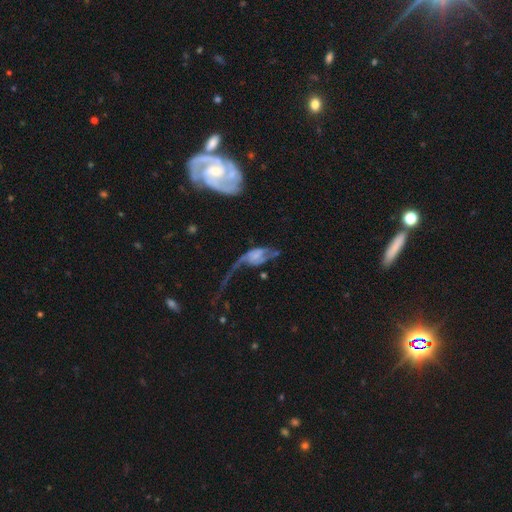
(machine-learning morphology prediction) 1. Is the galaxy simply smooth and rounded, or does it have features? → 73% featured or disk, 19% smooth, 8% star or artifact.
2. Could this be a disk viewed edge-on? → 93% no, 7% yes.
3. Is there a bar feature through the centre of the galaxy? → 61% no, 28% weak, 10% strong.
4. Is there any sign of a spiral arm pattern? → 78% yes, 22% no.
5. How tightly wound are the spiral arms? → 72% loose, 19% medium, 9% tight.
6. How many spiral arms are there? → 65% 2, 20% 1, 9% can't tell, 3% 3, 2% 4, 2% more than 4.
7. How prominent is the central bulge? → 46% none, 29% small, 14% moderate, 7% large, 3% dominant.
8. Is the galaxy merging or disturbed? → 57% major disturbance, 17% none, 14% merger, 12% minor disturbance.